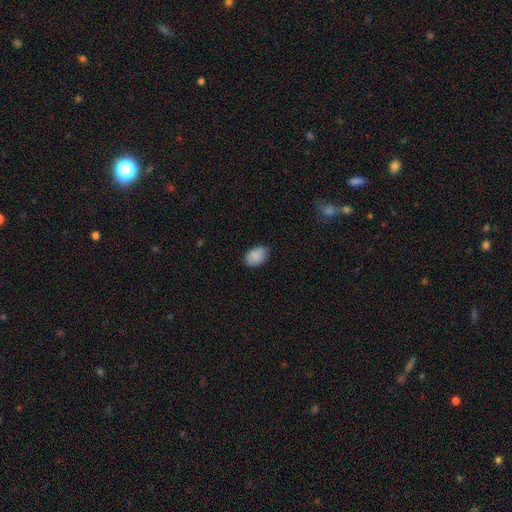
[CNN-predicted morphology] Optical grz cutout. It shows a smooth galaxy with no disk features (88%) that is in between round and cigar-shaped (82%). Merging: none (78%).